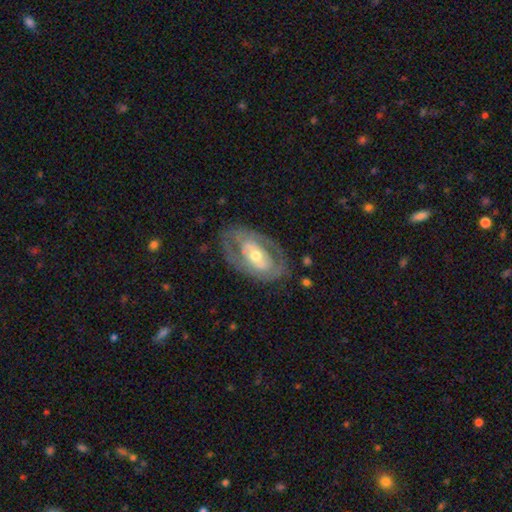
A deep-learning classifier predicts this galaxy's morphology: type=featured or disk (72%); edge-on=no (93%); bar=no (55%); spiral arms=no (51%); bulge=moderate (64%); merging=none (69%).